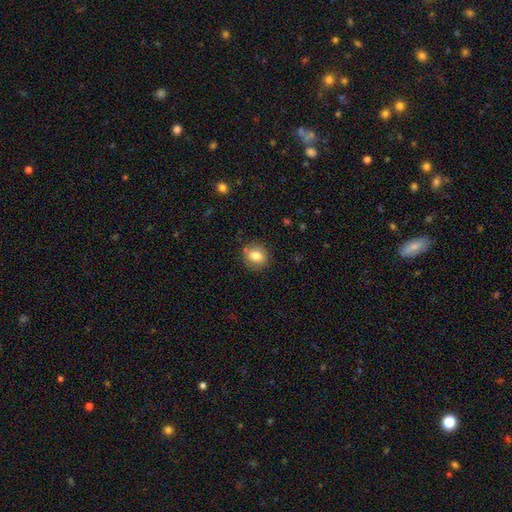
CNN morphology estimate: type=smooth (80%); roundness=round (69%); merging=none (85%).